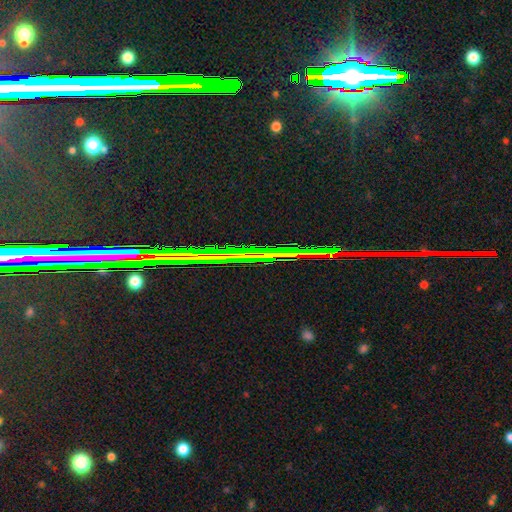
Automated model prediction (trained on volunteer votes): This appears to be a star or artifact, not a galaxy (84%).